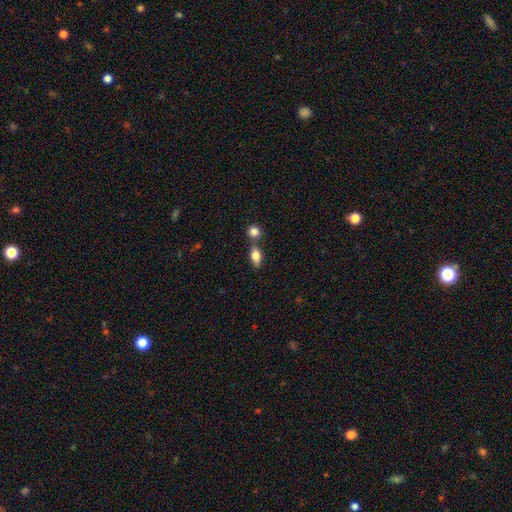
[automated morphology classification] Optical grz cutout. It shows a smooth galaxy with no disk features (79%) that is in between round and cigar-shaped (80%). Merging: none (59%).